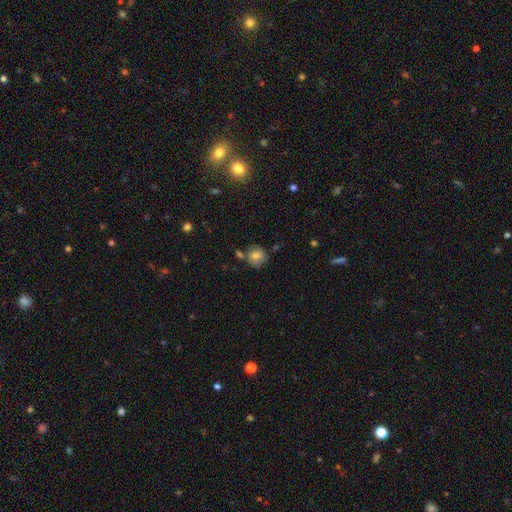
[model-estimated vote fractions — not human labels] This is likely a smooth galaxy (76%). How rounded: clearly round (88%). Merging: likely none (67%).